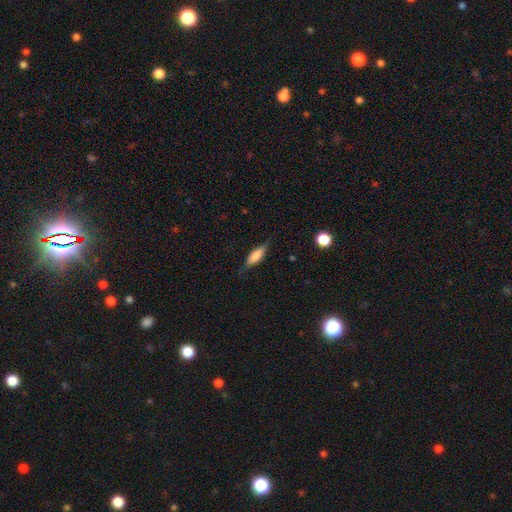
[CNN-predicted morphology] This is likely a smooth galaxy (67%). How rounded: possibly in between (53%). Merging: likely none (77%).